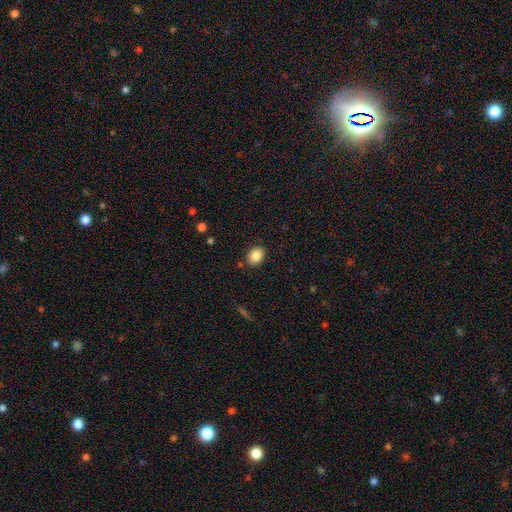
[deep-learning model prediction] Smooth or featured? smooth (86%)
How rounded? in between (67%)
Merging? none (86%)